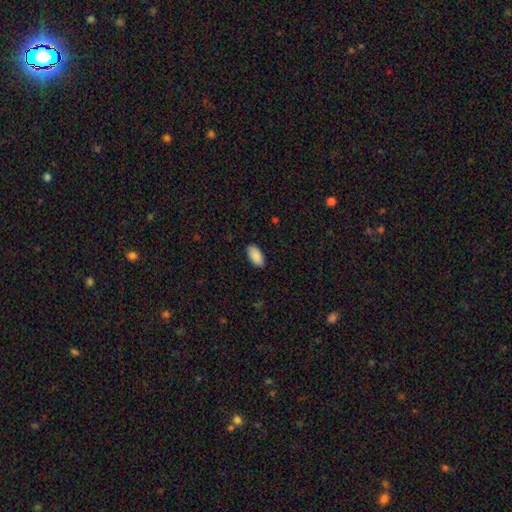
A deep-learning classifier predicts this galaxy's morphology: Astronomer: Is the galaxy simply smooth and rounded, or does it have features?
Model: smooth — 90%.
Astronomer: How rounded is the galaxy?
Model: in between — 95%.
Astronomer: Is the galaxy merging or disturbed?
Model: none — 88%.